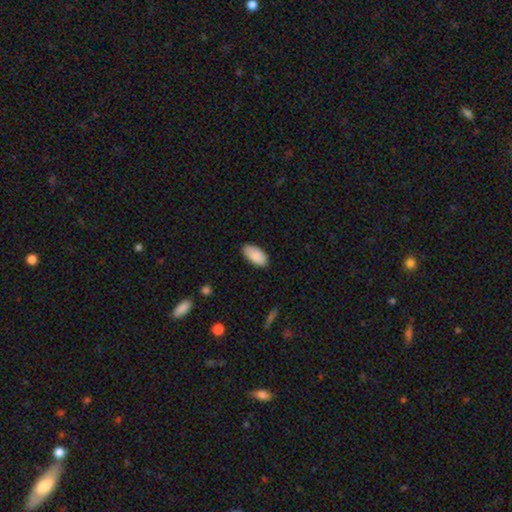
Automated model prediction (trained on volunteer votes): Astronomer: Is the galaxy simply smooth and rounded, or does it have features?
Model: smooth — 90%.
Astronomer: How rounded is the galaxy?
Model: in between — 94%.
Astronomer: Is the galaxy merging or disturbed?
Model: none — 81%.